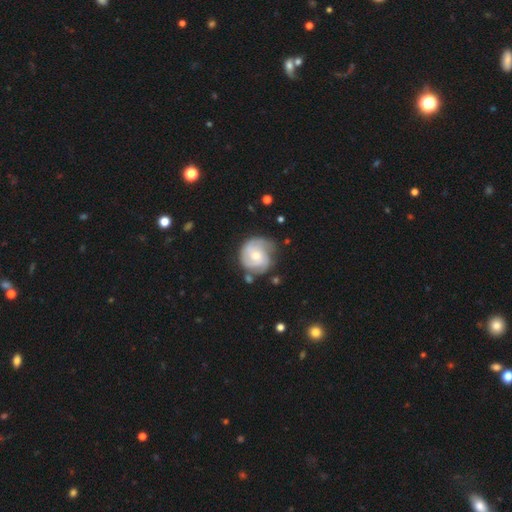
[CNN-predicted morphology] smooth-or-featured: featured or disk: 76% | smooth: 19% | star or artifact: 5%
  disk-edge-on: no: 98% | yes: 2%
    bar: no: 66% | weak: 29% | strong: 5%
    has-spiral-arms: yes: 93% | no: 7%
      spiral-winding: tight: 53% | medium: 36% | loose: 11%
      spiral-arm-count: 3: 39% | 2: 24% | can't tell: 21% | 4: 7% | 1: 4% | more than 4: 4%
    bulge-size: moderate: 53% | small: 42% | large: 2% | none: 1% | dominant: 1%
  merging: none: 67% | minor disturbance: 21% | major disturbance: 8% | merger: 4%